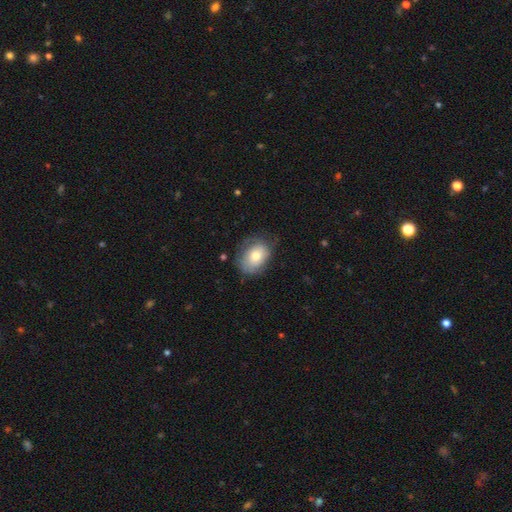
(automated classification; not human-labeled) This appears to be a smooth galaxy with no disk features (65%) that is in between round and cigar-shaped (70%). Merging: none (65%).